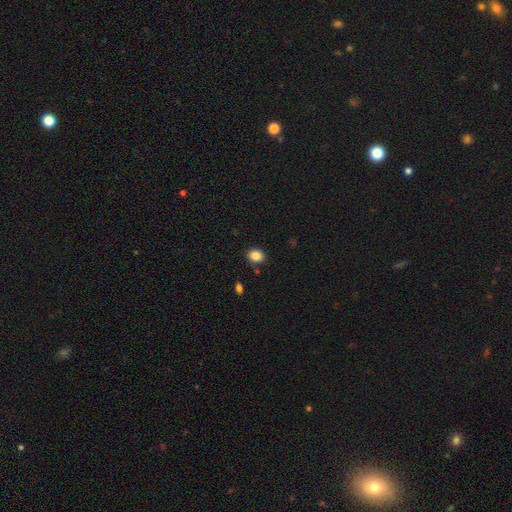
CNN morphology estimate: Smooth or featured?
  - smooth: 86% *
  - star or artifact: 9%
  - featured or disk: 5%
How rounded?
  - in between: 52% *
  - round: 48%
  - cigar-shaped: 1%
Merging?
  - none: 88% *
  - minor disturbance: 8%
  - major disturbance: 2%
  - merger: 2%